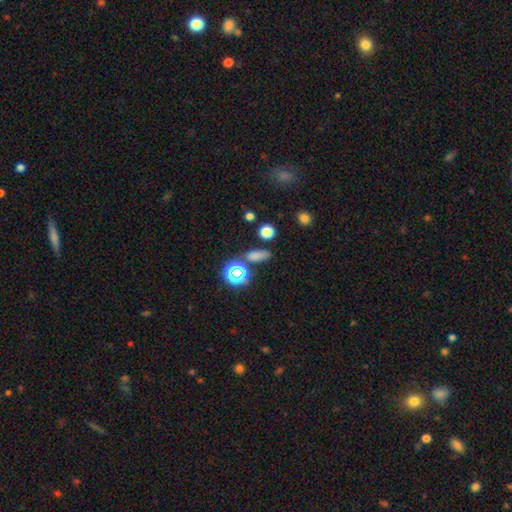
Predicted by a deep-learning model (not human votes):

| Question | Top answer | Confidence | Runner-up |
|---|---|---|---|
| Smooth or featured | smooth | 67% | star or artifact (25%) |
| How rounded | in between | 61% | round (21%) |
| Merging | none | 74% | minor disturbance (12%) |